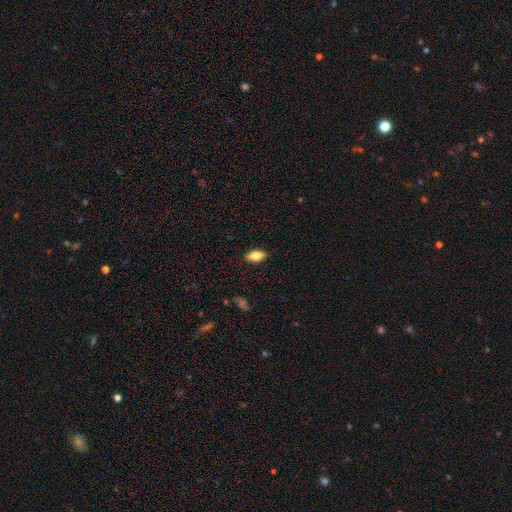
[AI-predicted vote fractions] Morphology: type=smooth (81%); roundness=in between (88%); merging=none (87%).